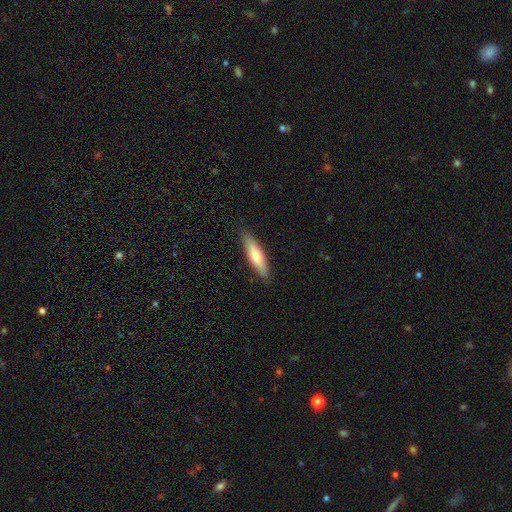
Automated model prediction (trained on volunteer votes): smooth 64%, featured or disk 30%, star or artifact 6%. Down the decision tree: how rounded — cigar-shaped (75%); merging — none (87%).